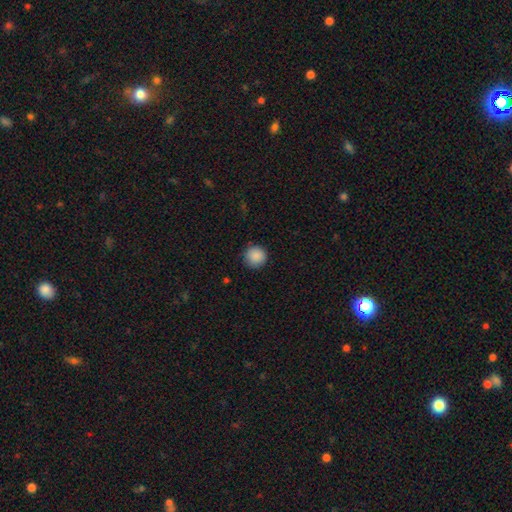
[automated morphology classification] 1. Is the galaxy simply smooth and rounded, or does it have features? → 89% smooth, 8% star or artifact, 3% featured or disk.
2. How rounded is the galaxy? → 95% round, 4% in between, 1% cigar-shaped.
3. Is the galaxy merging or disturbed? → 89% none, 8% minor disturbance, 2% major disturbance, 1% merger.